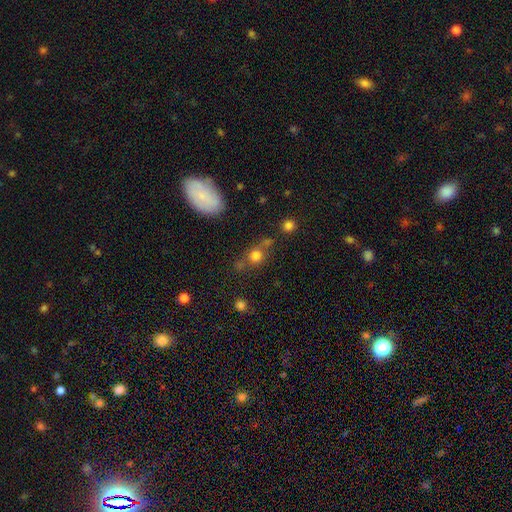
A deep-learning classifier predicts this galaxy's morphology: A smooth galaxy with no disk features (75%) that is round (78%).

Vote fractions:
- Smooth or featured? smooth: 75% / star or artifact: 16% / featured or disk: 10%
- How rounded? round: 78% / in between: 20% / cigar-shaped: 2%
- Merging? none: 61% / merger: 18% / minor disturbance: 14% / major disturbance: 7%